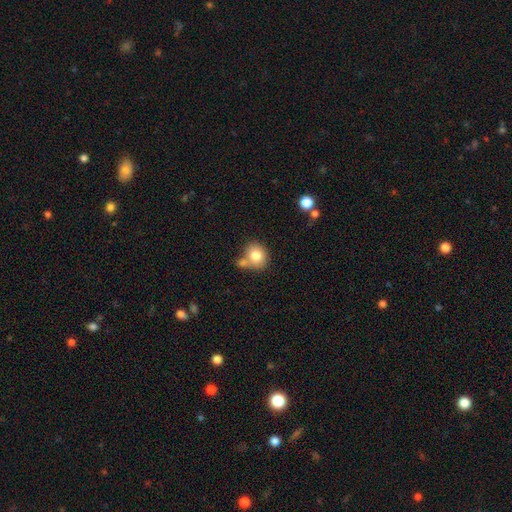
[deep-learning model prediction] Q: Smooth or featured?
A: smooth (80%); runner-up: featured or disk (11%)
Q: How rounded?
A: round (72%); runner-up: in between (27%)
Q: Merging?
A: none (50%); runner-up: merger (31%)